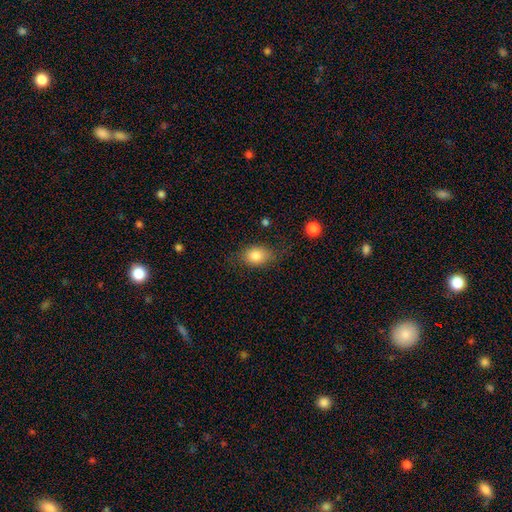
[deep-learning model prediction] smooth 82%, featured or disk 9%, star or artifact 9%. Down the decision tree: how rounded — in between (69%); merging — none (70%).